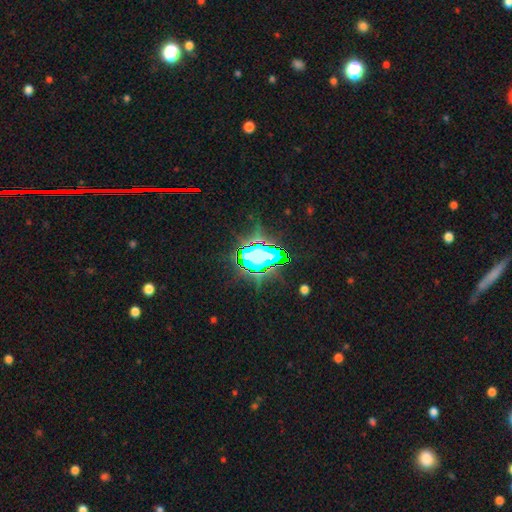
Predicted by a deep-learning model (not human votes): Smooth or featured? Predicted: star or artifact (p=0.65).